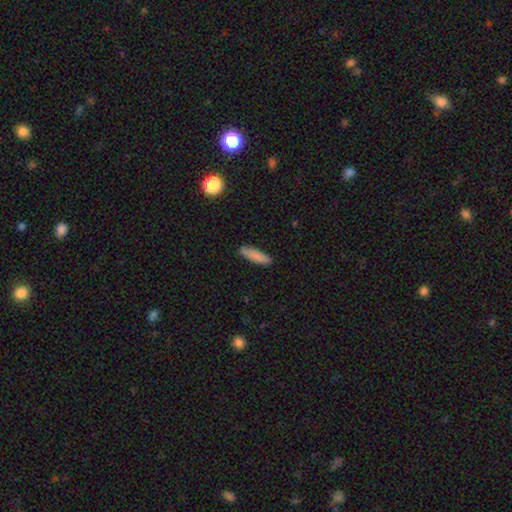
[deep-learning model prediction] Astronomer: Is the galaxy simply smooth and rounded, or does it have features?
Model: smooth — 86%.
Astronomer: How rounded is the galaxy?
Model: cigar-shaped — 72%.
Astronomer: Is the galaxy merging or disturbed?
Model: none — 85%.